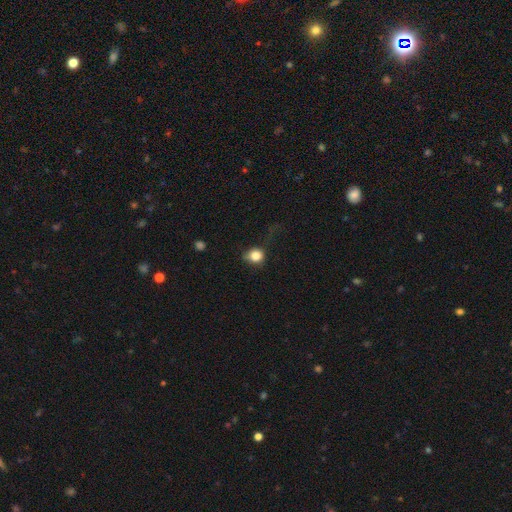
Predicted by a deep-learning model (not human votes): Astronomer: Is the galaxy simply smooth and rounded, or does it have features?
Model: smooth — 80%.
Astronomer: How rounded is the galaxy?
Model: round — 78%.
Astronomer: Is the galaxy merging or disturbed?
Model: none — 54%.